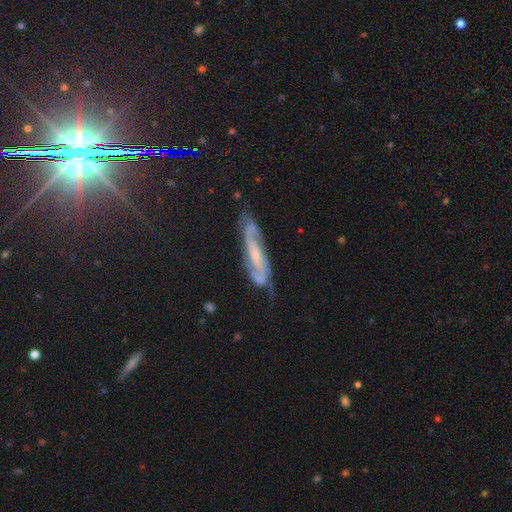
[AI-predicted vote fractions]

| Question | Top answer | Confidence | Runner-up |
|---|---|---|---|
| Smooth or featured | featured or disk | 80% | smooth (11%) |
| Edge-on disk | no | 78% | yes (22%) |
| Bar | weak | 41% | no (33%) |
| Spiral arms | yes | 95% | no (5%) |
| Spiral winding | medium | 46% | tight (38%) |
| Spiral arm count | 2 | 80% | can't tell (11%) |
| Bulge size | small | 57% | moderate (30%) |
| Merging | none | 66% | minor disturbance (22%) |